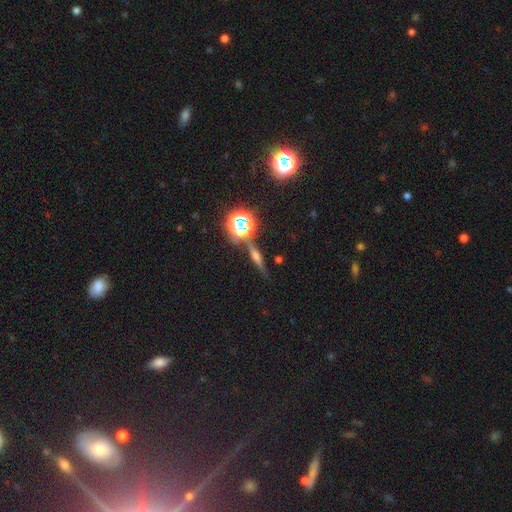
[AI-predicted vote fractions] smooth-or-featured: featured or disk: 54% | star or artifact: 24% | smooth: 22%
  disk-edge-on: yes: 93% | no: 7%
    edge-on-bulge: rounded: 79% | boxy: 13% | none: 8%
  merging: none: 82% | minor disturbance: 9% | merger: 5% | major disturbance: 3%